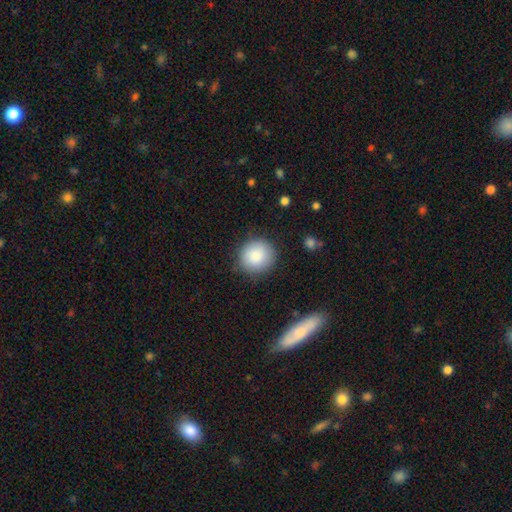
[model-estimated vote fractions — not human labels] A smooth galaxy with no disk features (87%) that is round (90%). Merging: none (86%).